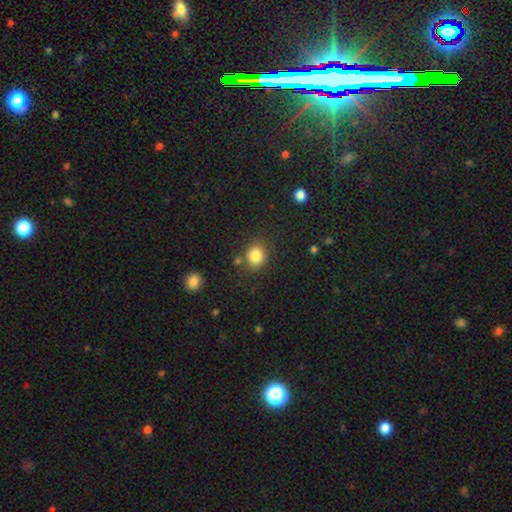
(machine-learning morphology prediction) A smooth galaxy with no disk features (84%) that is round (70%).

Vote fractions:
- Smooth or featured? smooth: 84% / star or artifact: 11% / featured or disk: 6%
- How rounded? round: 70% / in between: 29% / cigar-shaped: 1%
- Merging? none: 78% / minor disturbance: 12% / merger: 6% / major disturbance: 4%